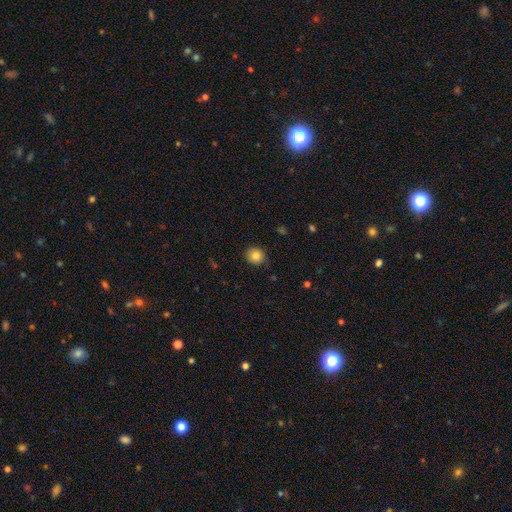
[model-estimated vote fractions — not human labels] This appears to be a smooth galaxy with no disk features (81%) that is round (85%). Merging: none (82%).